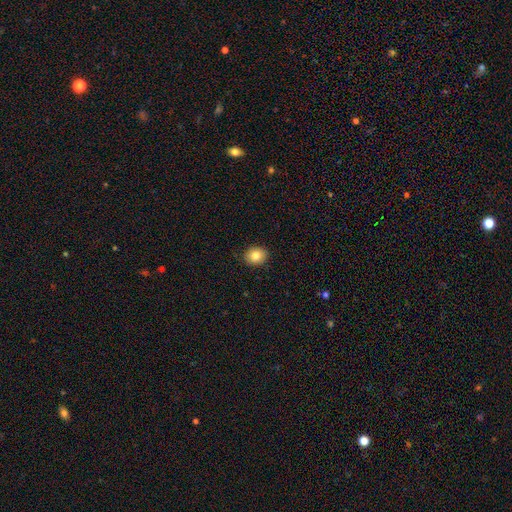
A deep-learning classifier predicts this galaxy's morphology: Overall: smooth (82%). How rounded: round (66%; in between 33%). Merging: none (91%).